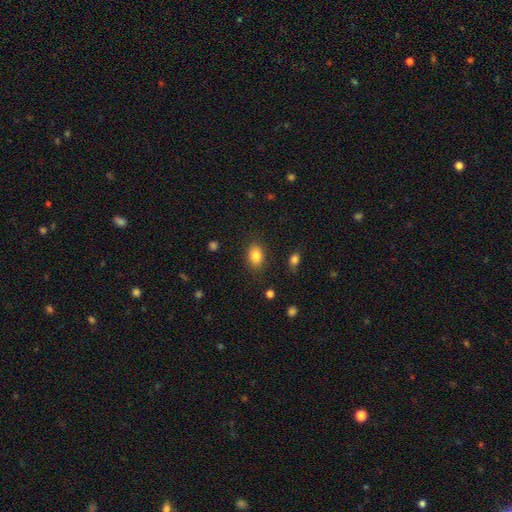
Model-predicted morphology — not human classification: Smooth or featured?
  - smooth: 84% *
  - star or artifact: 9%
  - featured or disk: 7%
How rounded?
  - in between: 77% *
  - round: 22%
  - cigar-shaped: 1%
Merging?
  - none: 86% *
  - minor disturbance: 10%
  - major disturbance: 3%
  - merger: 1%